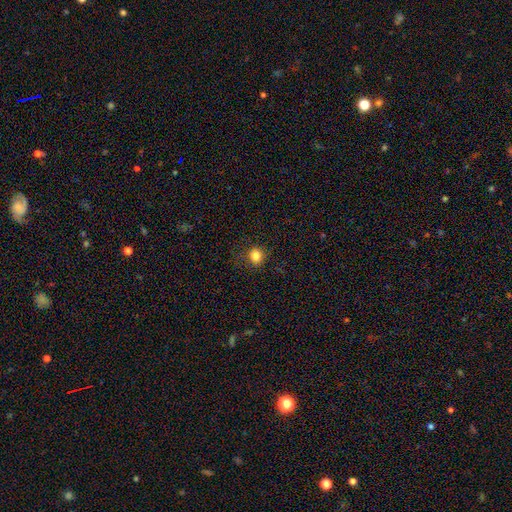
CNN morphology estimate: type=smooth (83%); roundness=round (82%); merging=none (84%).